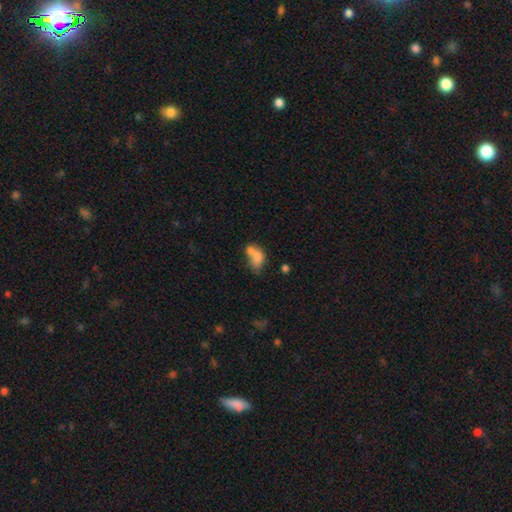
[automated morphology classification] Smooth or featured?
  - smooth: 72% *
  - featured or disk: 18%
  - star or artifact: 10%
How rounded?
  - in between: 80% *
  - round: 18%
  - cigar-shaped: 3%
Merging?
  - merger: 59% *
  - none: 20%
  - minor disturbance: 12%
  - major disturbance: 9%